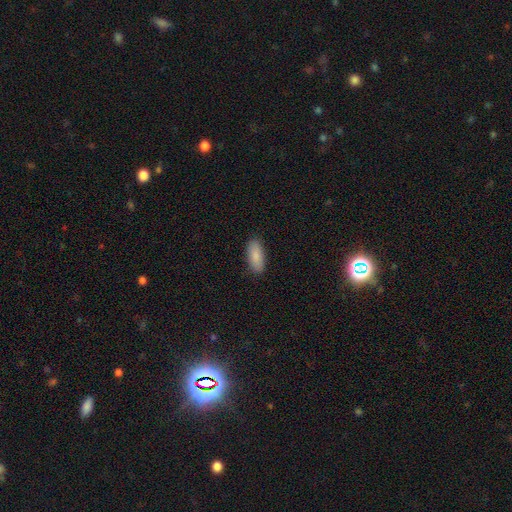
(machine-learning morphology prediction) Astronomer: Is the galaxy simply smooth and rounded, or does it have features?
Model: smooth — 87%.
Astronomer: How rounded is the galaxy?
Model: in between — 84%.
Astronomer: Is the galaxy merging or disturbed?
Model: none — 88%.